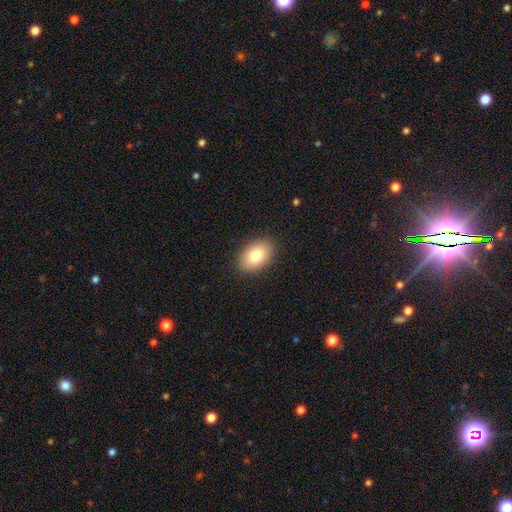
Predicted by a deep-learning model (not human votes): smooth-or-featured: smooth: 82% | featured or disk: 10% | star or artifact: 7%
  how-rounded: in between: 90% | round: 9% | cigar-shaped: 1%
  merging: none: 88% | minor disturbance: 9% | major disturbance: 2% | merger: 1%